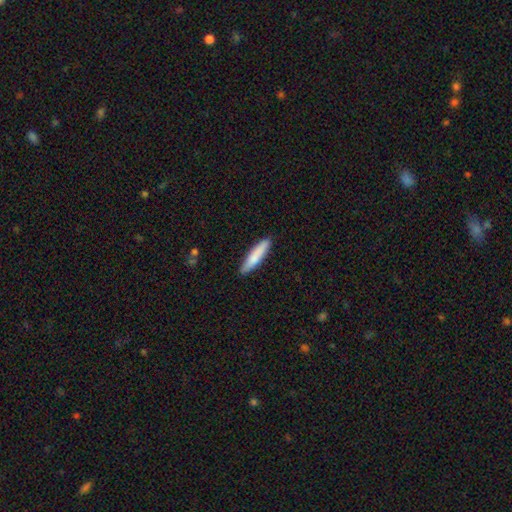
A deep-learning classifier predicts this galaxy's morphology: Smooth or featured: smooth — 80% (featured or disk — 15%)
How rounded: cigar-shaped — 85% (in between — 14%)
Merging: none — 88% (minor disturbance — 9%)